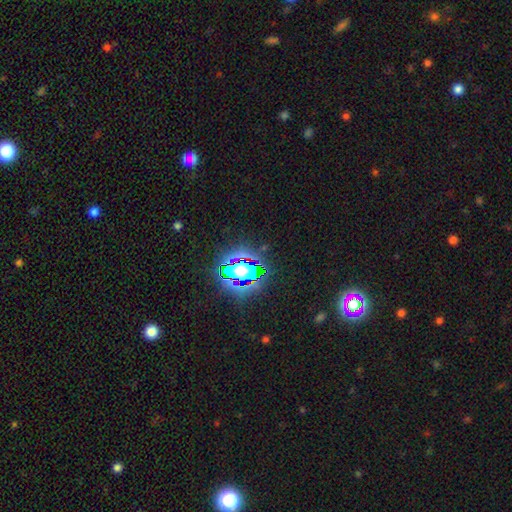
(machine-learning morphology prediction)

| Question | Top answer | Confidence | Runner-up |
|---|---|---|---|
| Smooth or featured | star or artifact | 82% | smooth (11%) |